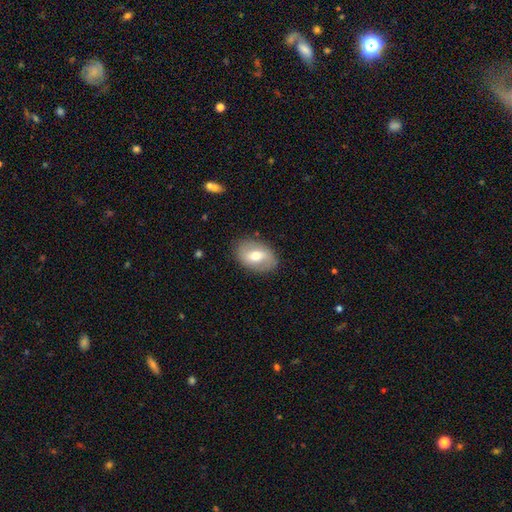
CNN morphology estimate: A smooth galaxy with no disk features (51%) that is in between round and cigar-shaped (80%). Merging: none (83%).